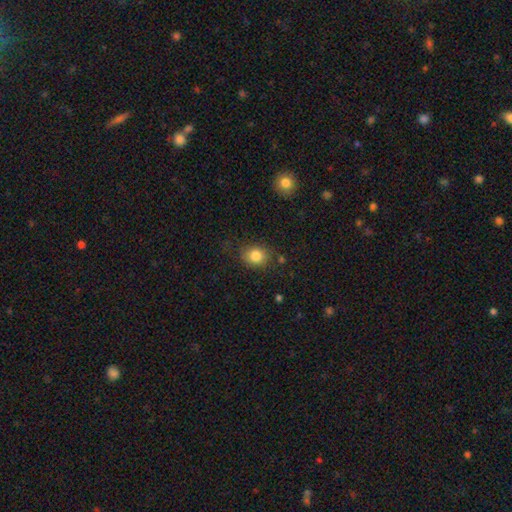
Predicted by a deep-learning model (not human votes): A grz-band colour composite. It shows a smooth galaxy with no disk features (84%) that is round (64%). Merging: none (79%).